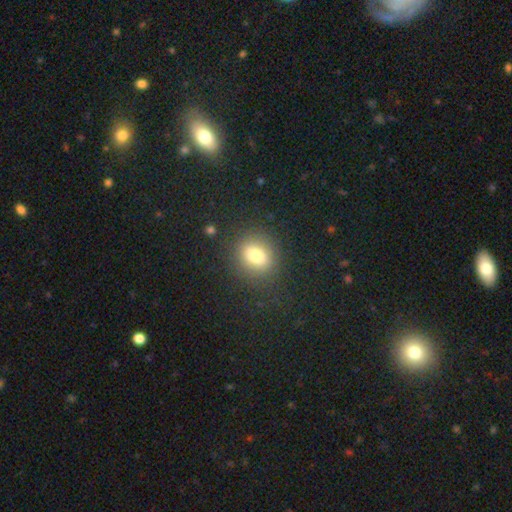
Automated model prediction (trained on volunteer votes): Smooth or featured?
  - smooth: 77% *
  - star or artifact: 13%
  - featured or disk: 10%
How rounded?
  - round: 57% *
  - in between: 41%
  - cigar-shaped: 2%
Merging?
  - none: 84% *
  - minor disturbance: 10%
  - major disturbance: 5%
  - merger: 2%